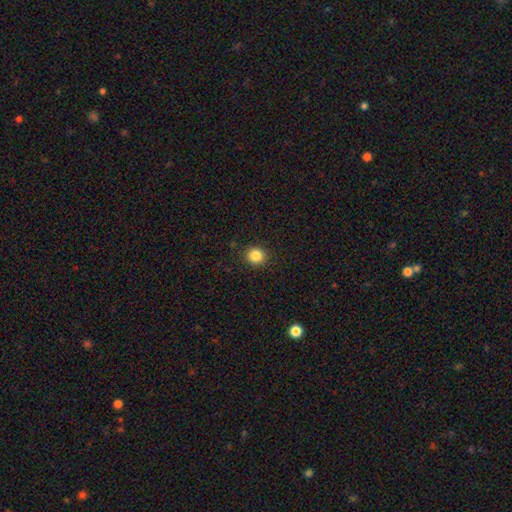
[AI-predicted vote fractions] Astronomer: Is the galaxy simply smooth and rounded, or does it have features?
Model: smooth — 85%.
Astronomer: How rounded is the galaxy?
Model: round — 89%.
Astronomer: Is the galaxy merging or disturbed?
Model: none — 91%.